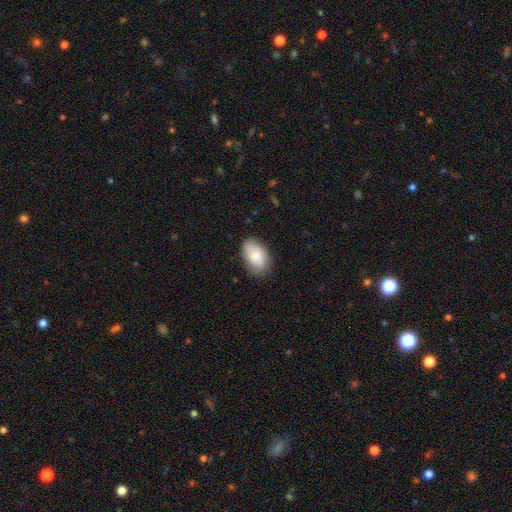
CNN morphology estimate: A smooth galaxy with no disk features (79%) that is in between round and cigar-shaped (91%).

Vote fractions:
- Smooth or featured? smooth: 79% / featured or disk: 15% / star or artifact: 6%
- How rounded? in between: 91% / round: 8% / cigar-shaped: 1%
- Merging? none: 75% / minor disturbance: 20% / major disturbance: 4% / merger: 1%